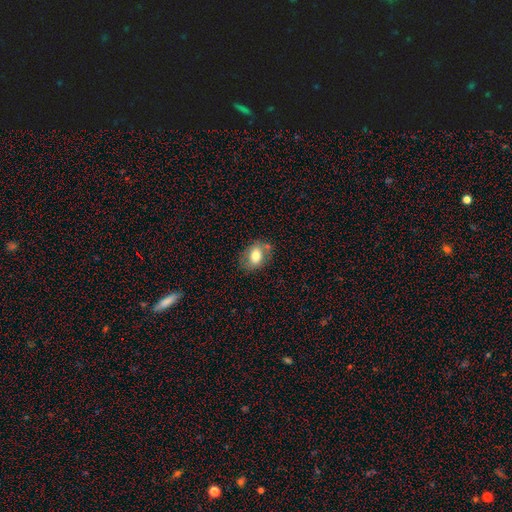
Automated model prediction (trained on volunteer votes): smooth 71%, featured or disk 20%, star or artifact 8%. Down the decision tree: how rounded — in between (73%); merging — none (66%).